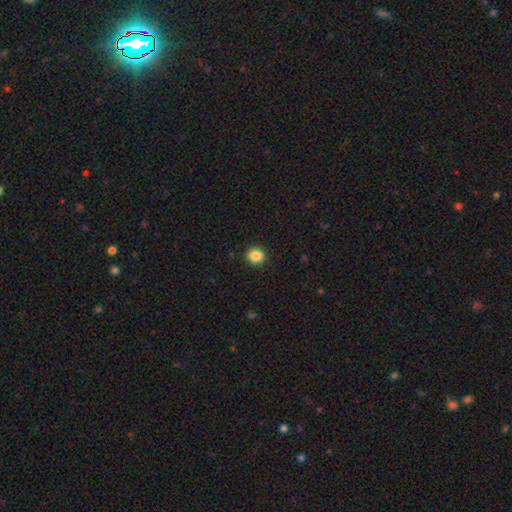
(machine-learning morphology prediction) A smooth galaxy with no disk features (87%) that is round (85%).

Vote fractions:
- Smooth or featured? smooth: 87% / star or artifact: 10% / featured or disk: 3%
- How rounded? round: 85% / in between: 14% / cigar-shaped: 1%
- Merging? none: 92% / minor disturbance: 6% / major disturbance: 2% / merger: 1%